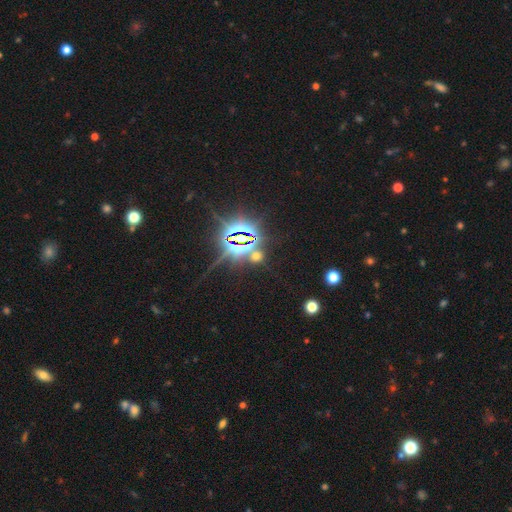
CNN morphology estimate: The model was most divided on "smooth or featured": star or artifact: 67%, smooth: 25%, featured or disk: 9%.